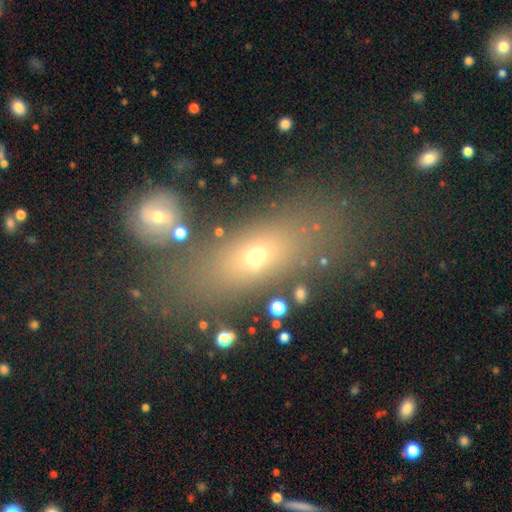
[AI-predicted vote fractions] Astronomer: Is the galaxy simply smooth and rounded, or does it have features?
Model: smooth — 61%.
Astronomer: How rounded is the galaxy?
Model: in between — 68%.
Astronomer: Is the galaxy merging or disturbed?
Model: none — 66%.